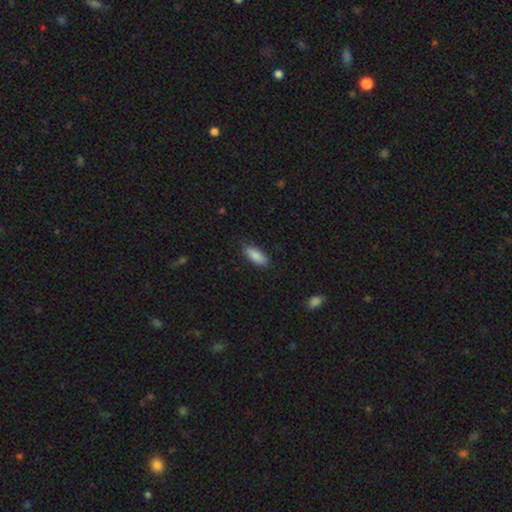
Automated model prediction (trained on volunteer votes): A smooth galaxy with no disk features (88%) that is in between round and cigar-shaped (76%). Merging: none (83%).